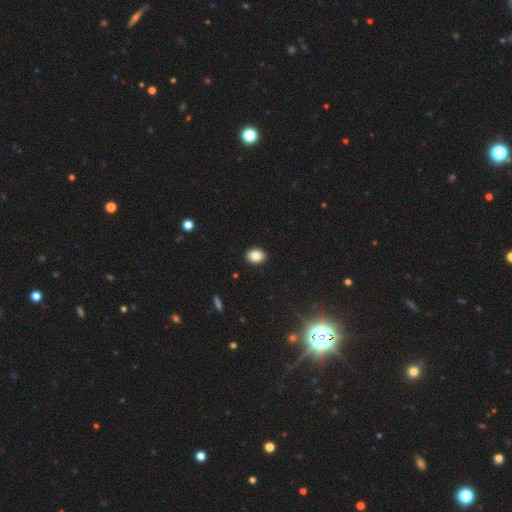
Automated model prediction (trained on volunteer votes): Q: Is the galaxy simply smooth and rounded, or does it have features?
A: smooth — 85%.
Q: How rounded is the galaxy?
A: in between — 64%.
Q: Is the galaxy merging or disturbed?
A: none — 91%.